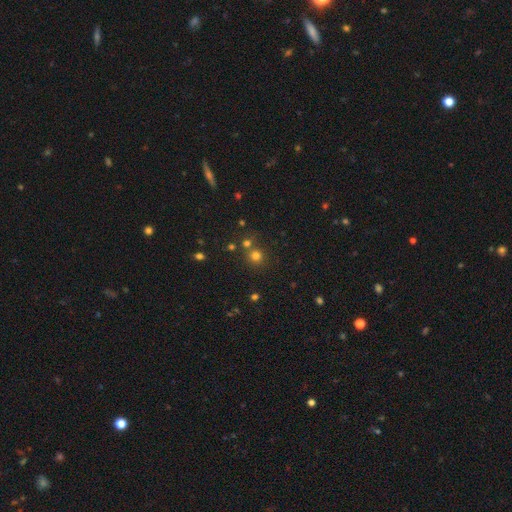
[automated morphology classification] type=smooth (72%); roundness=round (91%); merging=none (68%).